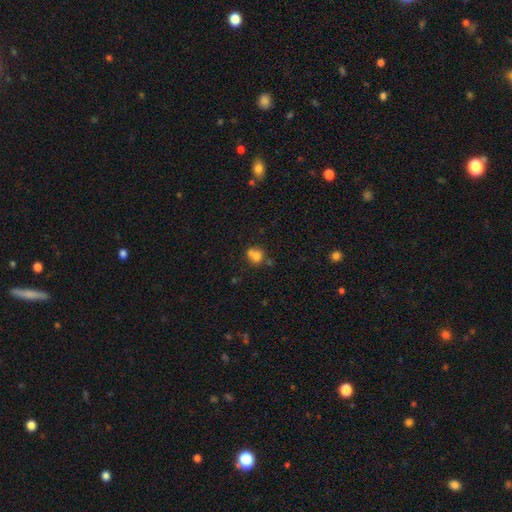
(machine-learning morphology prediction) Overall: smooth (71%). How rounded: round (79%). Merging: merger (47%; none 39%).